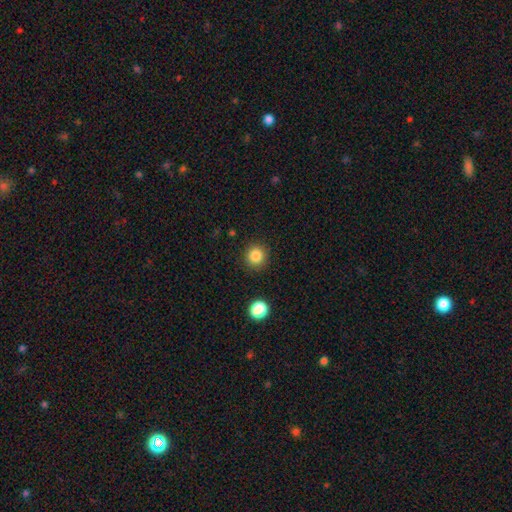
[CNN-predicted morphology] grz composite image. It shows a smooth galaxy with no disk features (84%) that is round (93%). Merging: none (90%).